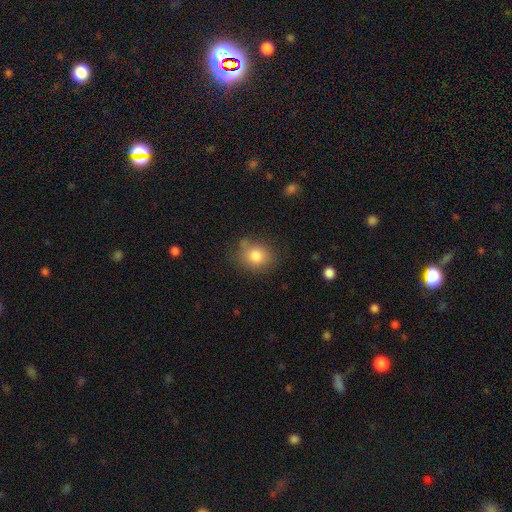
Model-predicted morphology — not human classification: Overall: smooth (81%). How rounded: round (68%; in between 31%). Merging: none (71%).